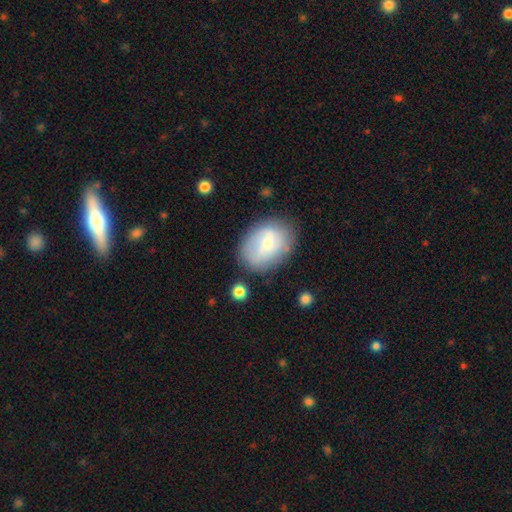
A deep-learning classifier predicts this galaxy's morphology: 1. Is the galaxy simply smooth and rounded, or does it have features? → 59% smooth, 33% featured or disk, 8% star or artifact.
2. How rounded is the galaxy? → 70% in between, 29% round, 1% cigar-shaped.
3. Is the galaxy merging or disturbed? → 66% none, 21% minor disturbance, 9% major disturbance, 5% merger.